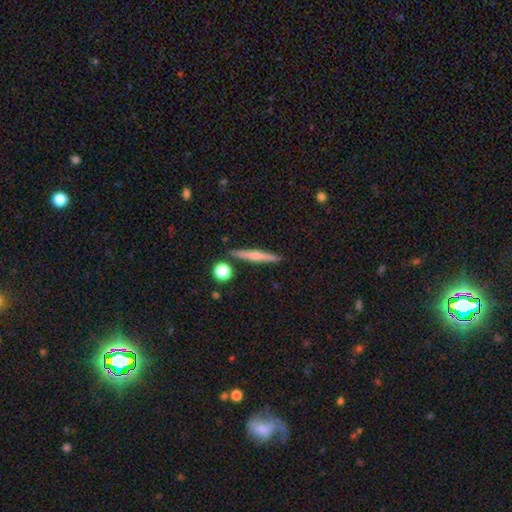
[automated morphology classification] The model was most divided on "smooth or featured": featured or disk: 49%, smooth: 44%, star or artifact: 7%. More confident: merging — none (88%).